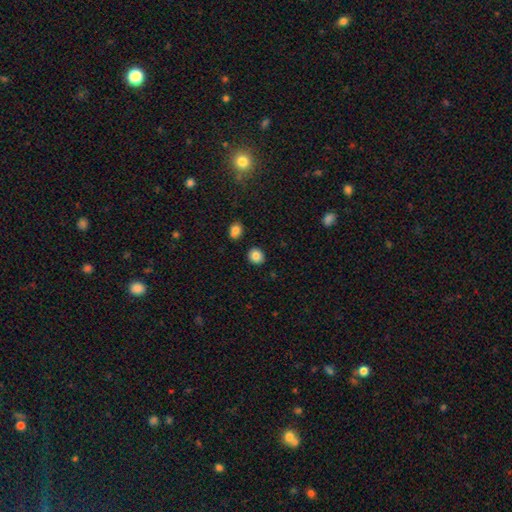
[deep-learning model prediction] Smooth or featured? Predicted: smooth (p=0.84). How rounded? Predicted: round (p=0.79). Merging? Predicted: none (p=0.89).